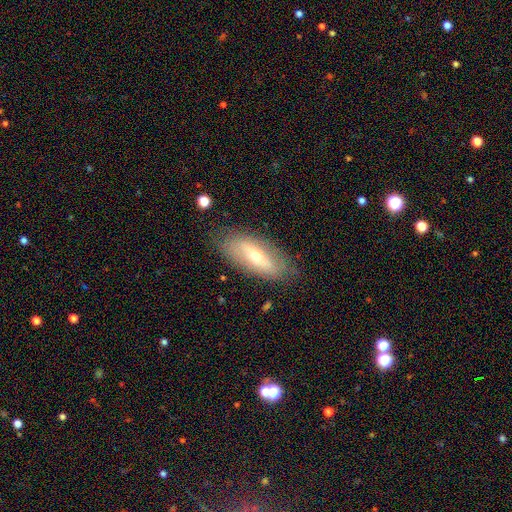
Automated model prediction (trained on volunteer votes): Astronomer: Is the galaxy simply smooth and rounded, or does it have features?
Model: featured or disk — 50% (runner-up: smooth, 43%).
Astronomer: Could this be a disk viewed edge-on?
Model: no — 71%.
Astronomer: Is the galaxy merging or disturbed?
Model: none — 79%.